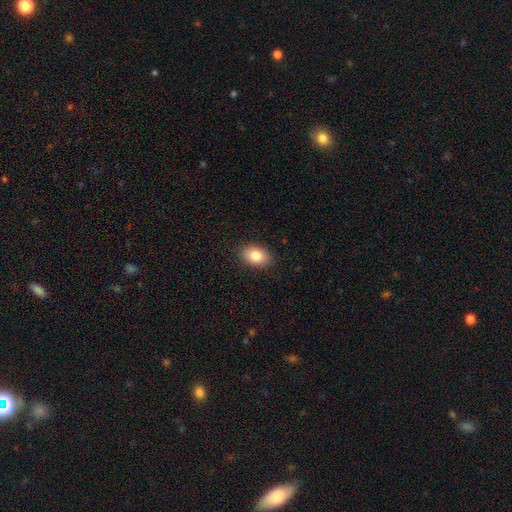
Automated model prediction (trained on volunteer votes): smooth 84%, featured or disk 8%, star or artifact 8%. Down the decision tree: how rounded — in between (85%); merging — none (89%).